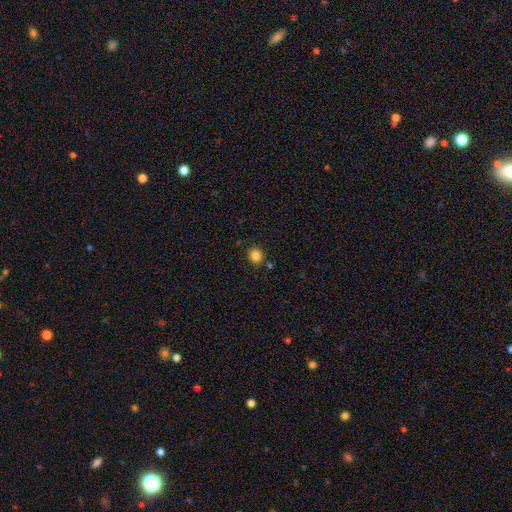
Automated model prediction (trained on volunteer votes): Smooth or featured? Predicted: smooth (p=0.84). How rounded? Predicted: round (p=0.87). Merging? Predicted: none (p=0.85).